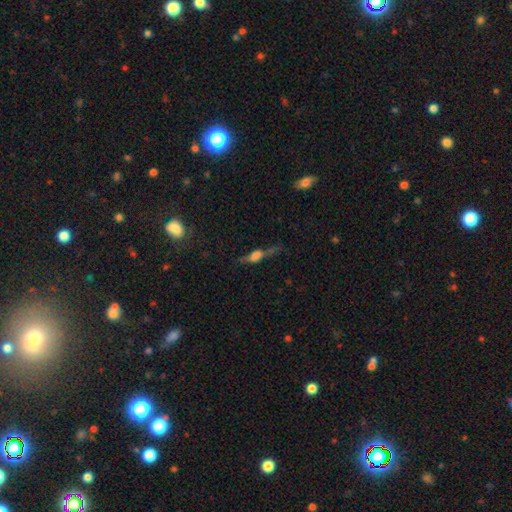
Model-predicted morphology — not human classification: This is possibly a featured or disk galaxy (50%). Merging: possibly none (56%).